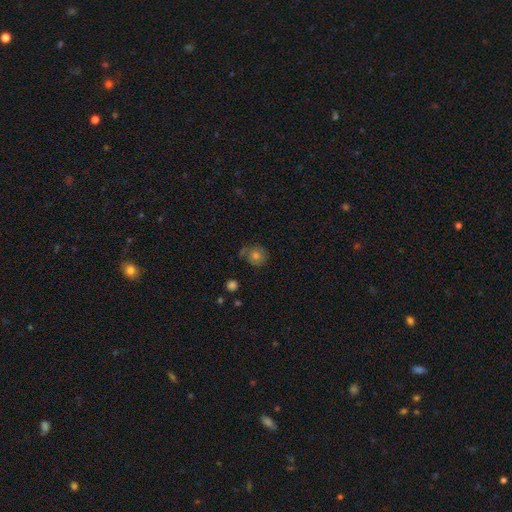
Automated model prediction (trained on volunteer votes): A smooth galaxy with no disk features (63%) that is round (86%).

Vote fractions:
- Smooth or featured? smooth: 63% / featured or disk: 22% / star or artifact: 15%
- How rounded? round: 86% / in between: 13% / cigar-shaped: 1%
- Merging? none: 69% / minor disturbance: 20% / major disturbance: 6% / merger: 5%